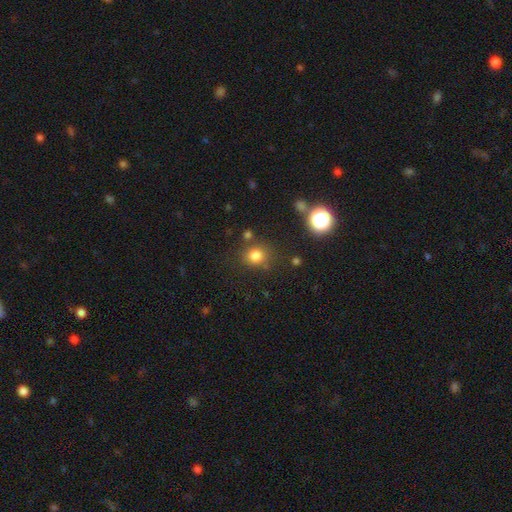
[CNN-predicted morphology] The model was most divided on "smooth or featured": smooth: 79%, star or artifact: 15%, featured or disk: 6%. More confident: how rounded — round (82%); merging — none (77%).